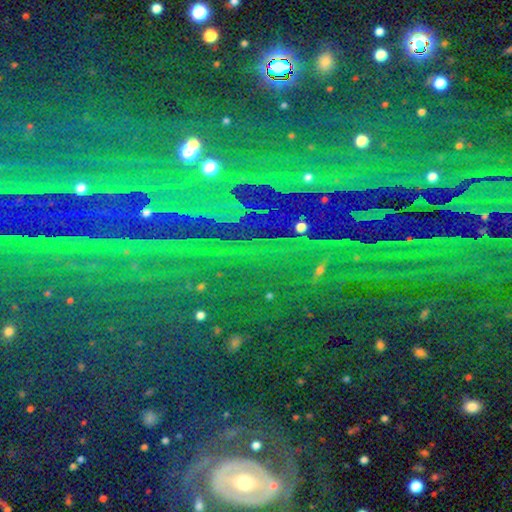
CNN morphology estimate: Smooth or featured: star or artifact — 79% (featured or disk — 11%)